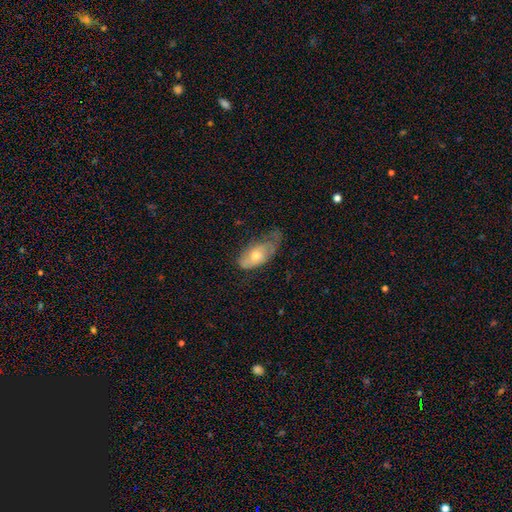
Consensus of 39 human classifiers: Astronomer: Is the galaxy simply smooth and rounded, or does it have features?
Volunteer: smooth — 59% (runner-up: featured or disk, 41%).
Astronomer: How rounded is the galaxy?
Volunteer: in between — 83%.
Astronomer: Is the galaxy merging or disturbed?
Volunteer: minor disturbance — 36%, tied with major disturbance at 36%.